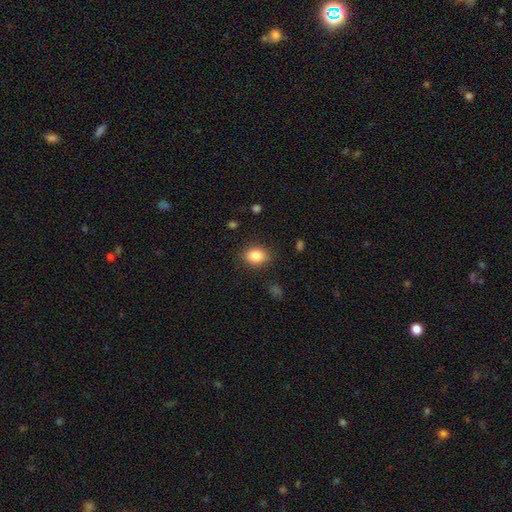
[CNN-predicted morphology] Smooth or featured? smooth (84%)
How rounded? in between (62%)
Merging? none (86%)